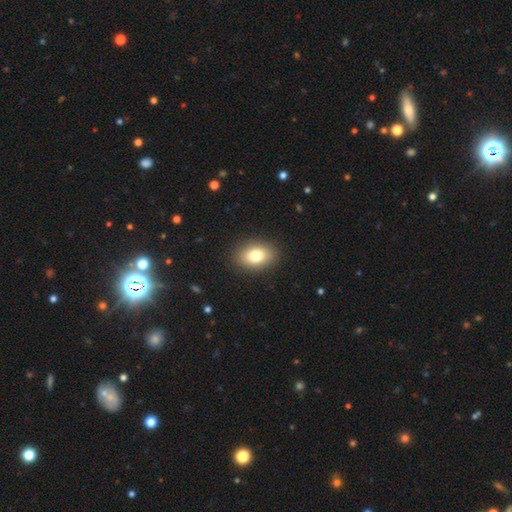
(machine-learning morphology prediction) Smooth or featured? Predicted: smooth (p=0.79). How rounded? Predicted: in between (p=0.81). Merging? Predicted: none (p=0.89).